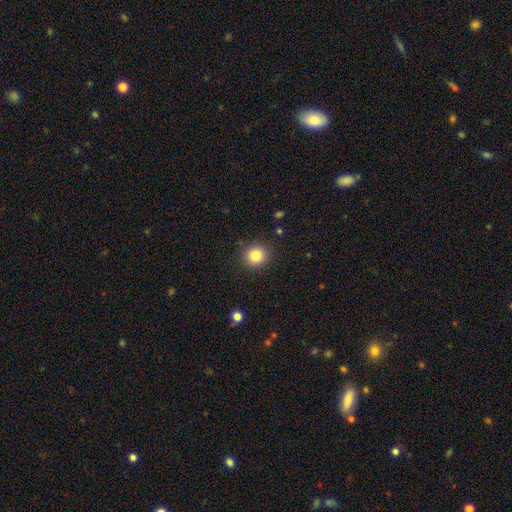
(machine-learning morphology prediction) smooth-or-featured: smooth: 83% | star or artifact: 11% | featured or disk: 7%
  how-rounded: round: 90% | in between: 10% | cigar-shaped: 1%
  merging: none: 90% | minor disturbance: 7% | major disturbance: 2% | merger: 1%